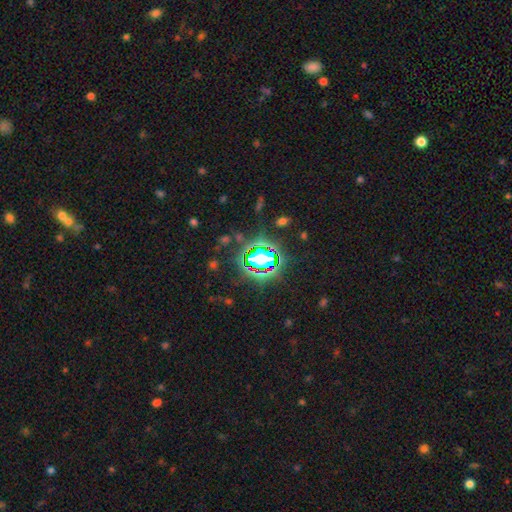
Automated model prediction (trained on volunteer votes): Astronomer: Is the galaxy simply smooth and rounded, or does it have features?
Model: star or artifact — 69%.